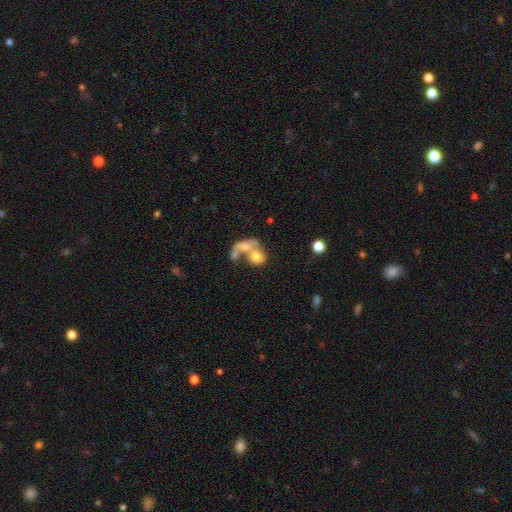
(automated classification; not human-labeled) Smooth or featured? smooth (62%)
How rounded? round (49%)
Merging? merger (66%)